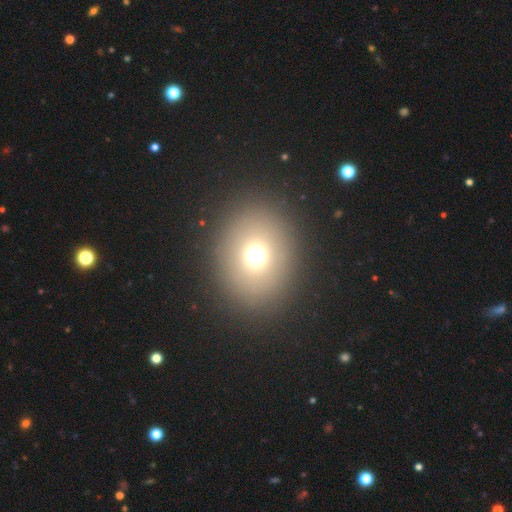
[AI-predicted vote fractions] This appears to be a smooth galaxy with no disk features (69%) that is round (67%). Merging: none (87%).